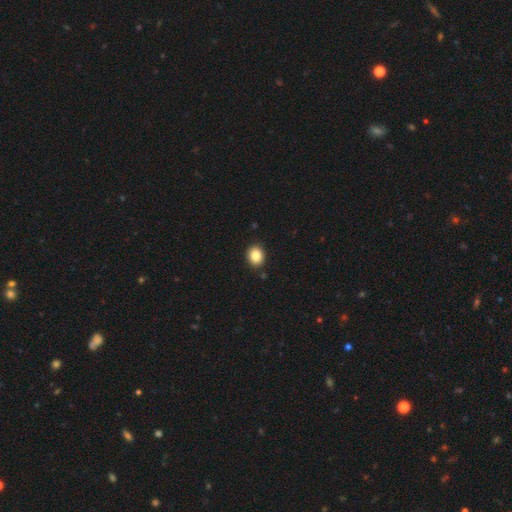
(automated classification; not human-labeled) A smooth galaxy with no disk features (86%) that is round (57%). Merging: none (89%).